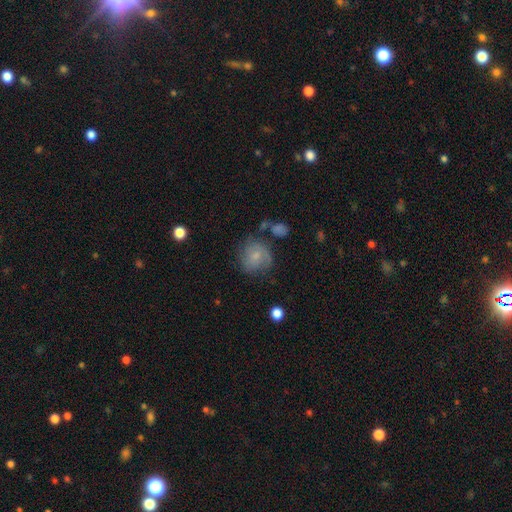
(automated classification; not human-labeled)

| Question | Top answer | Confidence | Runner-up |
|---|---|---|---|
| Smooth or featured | smooth | 61% | featured or disk (30%) |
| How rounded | round | 80% | in between (19%) |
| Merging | none | 57% | minor disturbance (24%) |